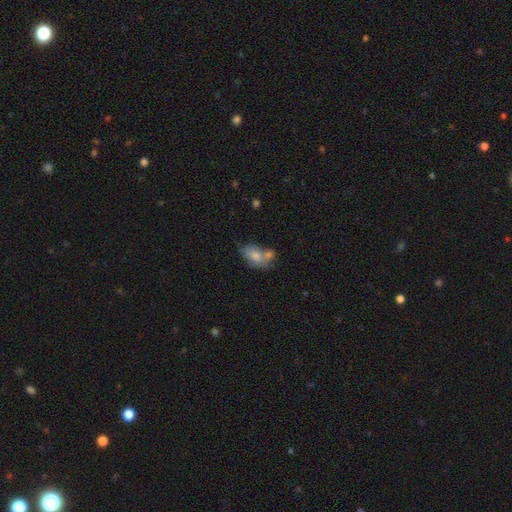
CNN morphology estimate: Overall: smooth (73%). How rounded: in between (87%). Merging: merger (42%; none 31%).